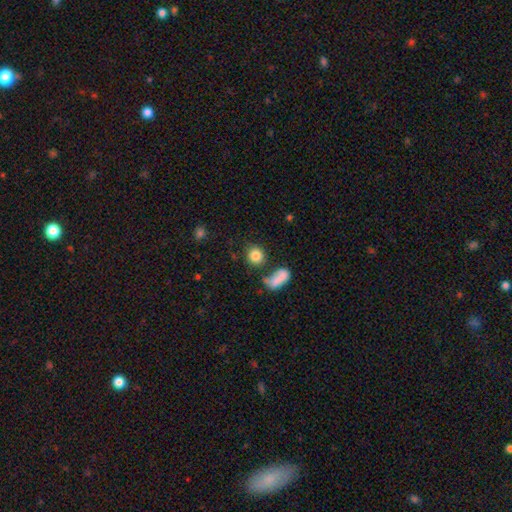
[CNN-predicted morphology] type=smooth (84%); roundness=round (82%); merging=none (71%).